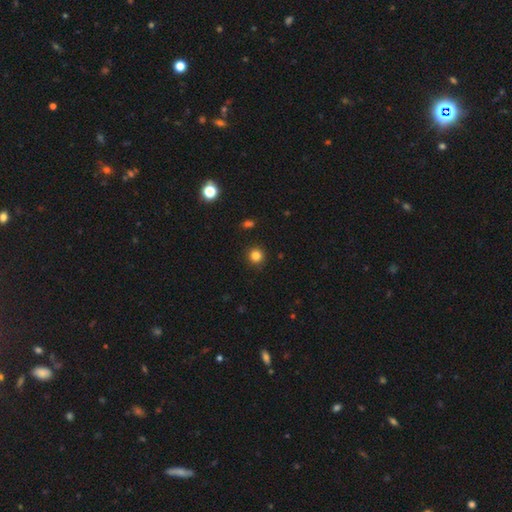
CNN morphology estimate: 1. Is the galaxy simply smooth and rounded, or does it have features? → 84% smooth, 12% star or artifact, 4% featured or disk.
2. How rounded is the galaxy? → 94% round, 5% in between, 1% cigar-shaped.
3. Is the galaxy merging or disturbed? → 90% none, 6% minor disturbance, 2% major disturbance, 1% merger.